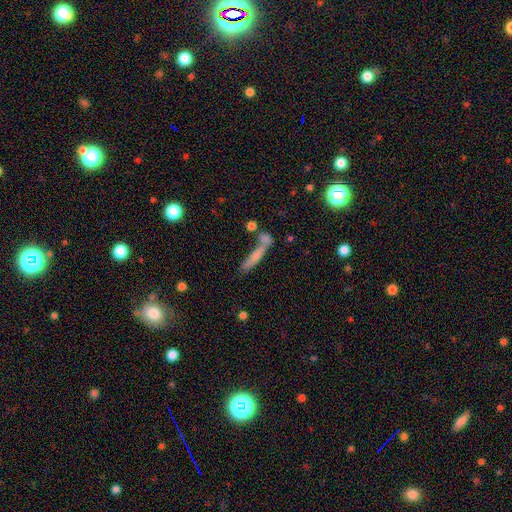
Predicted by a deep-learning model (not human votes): Overall: smooth (65%). How rounded: cigar-shaped (86%). Merging: none (49%; merger 28%).